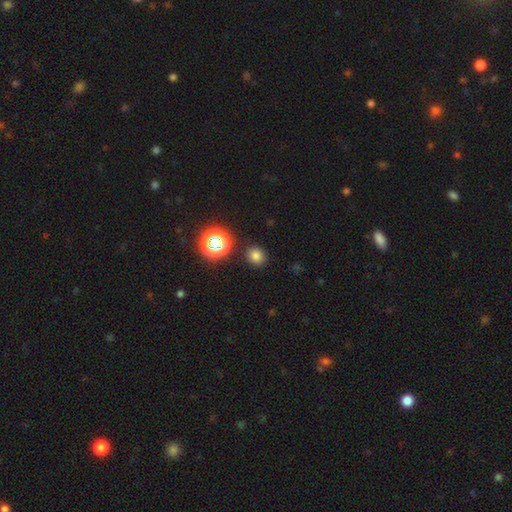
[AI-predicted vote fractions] smooth 74%, star or artifact 20%, featured or disk 6%. Down the decision tree: how rounded — round (76%); merging — none (88%).